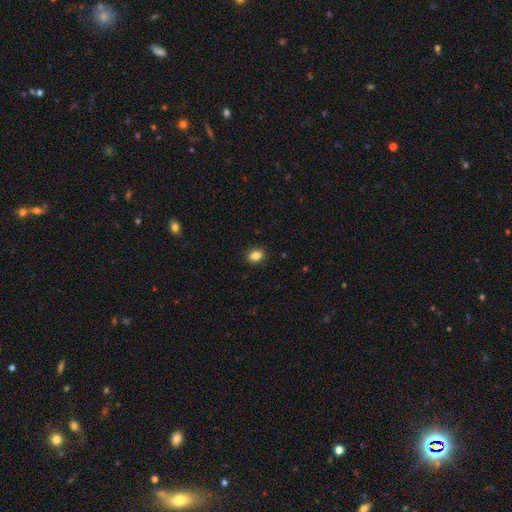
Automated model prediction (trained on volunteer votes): Smooth or featured? Predicted: smooth (p=0.86). How rounded? Predicted: in between (p=0.69). Merging? Predicted: none (p=0.88).